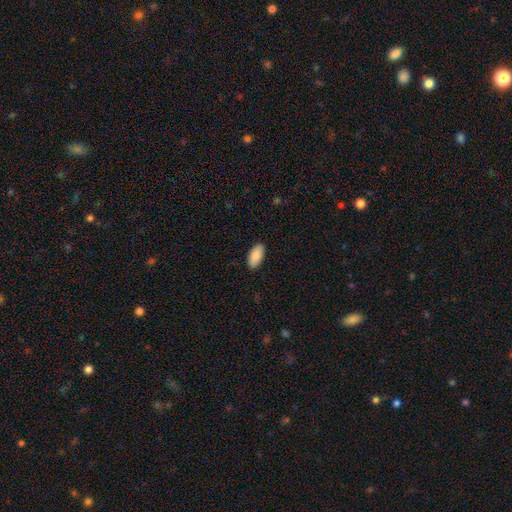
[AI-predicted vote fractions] Smooth or featured? smooth (88%)
How rounded? in between (93%)
Merging? none (89%)